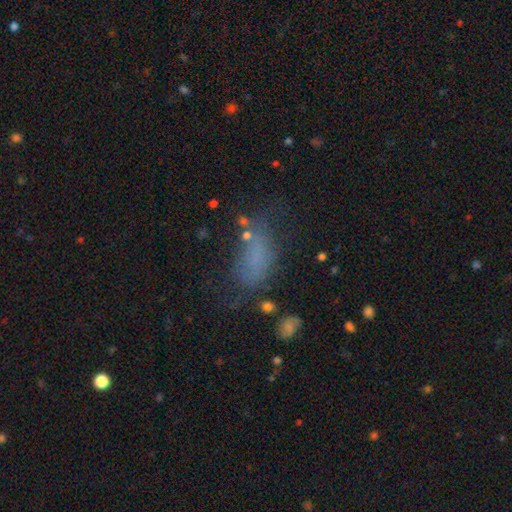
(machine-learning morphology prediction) type=smooth (62%); roundness=in between (87%); merging=none (44%).